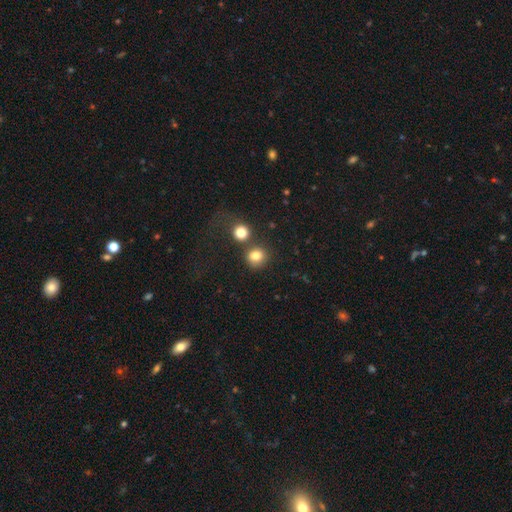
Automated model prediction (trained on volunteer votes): smooth_or_featured: smooth (p=0.81) [alt: star or artifact p=0.13]
how_rounded: round (p=0.86) [alt: in between p=0.13]
merging: none (p=0.67) [alt: merger p=0.20]